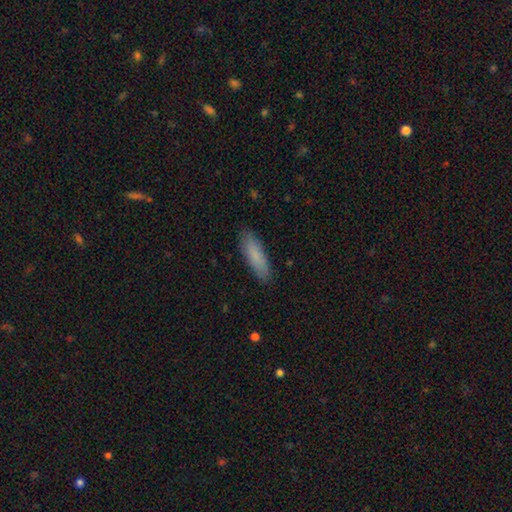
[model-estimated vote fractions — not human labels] Smooth or featured? Predicted: smooth (p=0.83). How rounded? Predicted: cigar-shaped (p=0.58). Merging? Predicted: none (p=0.87).